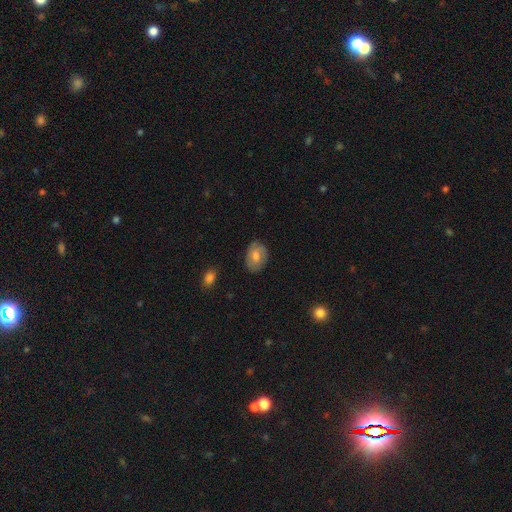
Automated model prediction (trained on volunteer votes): Morphology: type=smooth (63%); roundness=in between (77%); merging=none (79%).